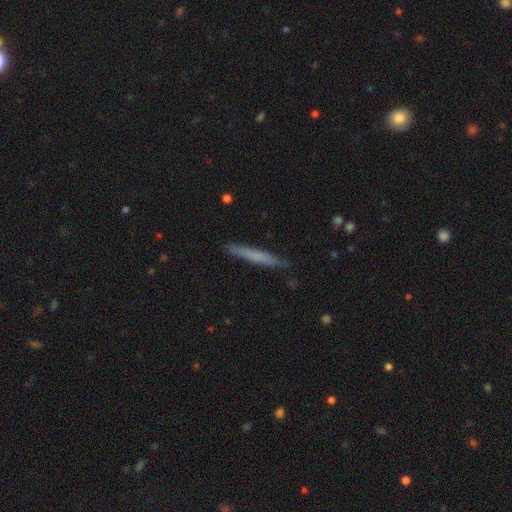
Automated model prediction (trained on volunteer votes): Q: Smooth or featured?
A: smooth (66%); runner-up: featured or disk (28%)
Q: How rounded?
A: cigar-shaped (96%); runner-up: in between (3%)
Q: Merging?
A: none (86%); runner-up: minor disturbance (11%)